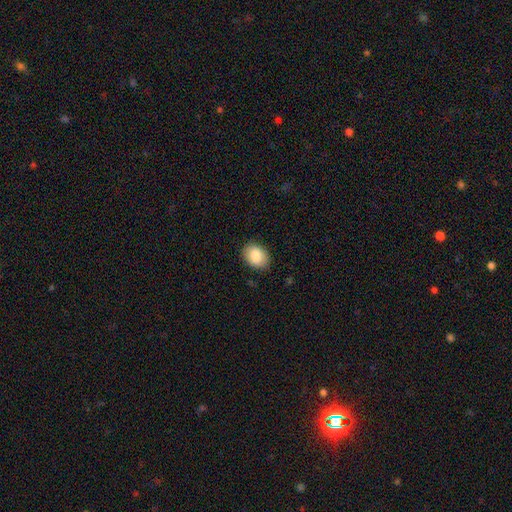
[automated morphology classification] smooth_or_featured: smooth (p=0.87) [alt: star or artifact p=0.07]
how_rounded: in between (p=0.75) [alt: round p=0.24]
merging: none (p=0.86) [alt: minor disturbance p=0.10]